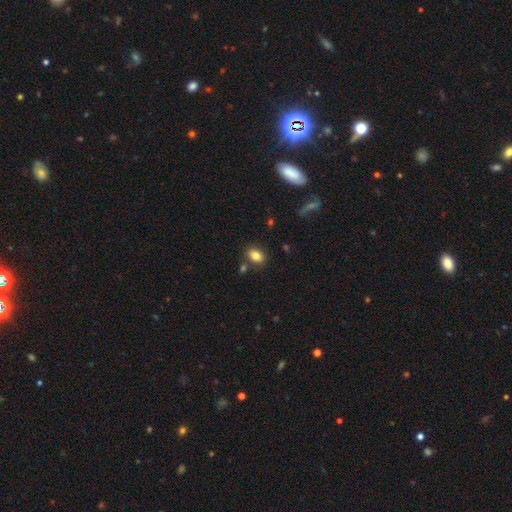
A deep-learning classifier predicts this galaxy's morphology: Smooth or featured?
  - smooth: 83% *
  - star or artifact: 9%
  - featured or disk: 7%
How rounded?
  - in between: 80% *
  - round: 18%
  - cigar-shaped: 2%
Merging?
  - none: 78% *
  - minor disturbance: 11%
  - merger: 8%
  - major disturbance: 3%